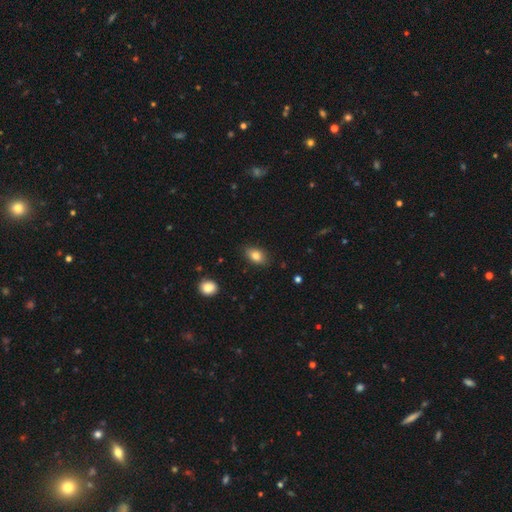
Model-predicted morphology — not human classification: smooth-or-featured: smooth: 82% | featured or disk: 10% | star or artifact: 9%
  how-rounded: in between: 86% | round: 11% | cigar-shaped: 3%
  merging: none: 85% | minor disturbance: 12% | major disturbance: 2% | merger: 1%